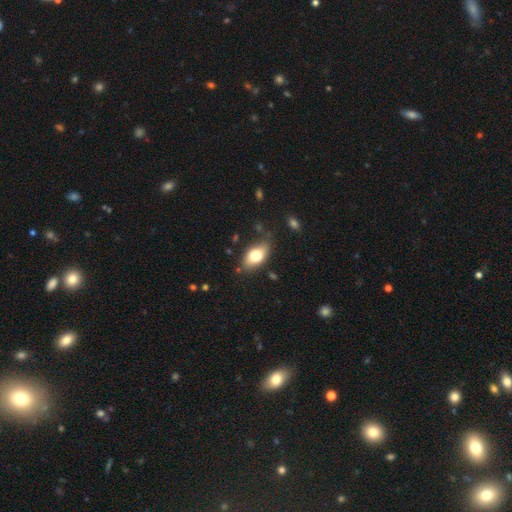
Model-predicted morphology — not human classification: smooth-or-featured: smooth: 76% | featured or disk: 17% | star or artifact: 7%
  how-rounded: in between: 90% | round: 6% | cigar-shaped: 4%
  merging: none: 77% | minor disturbance: 17% | major disturbance: 4% | merger: 2%